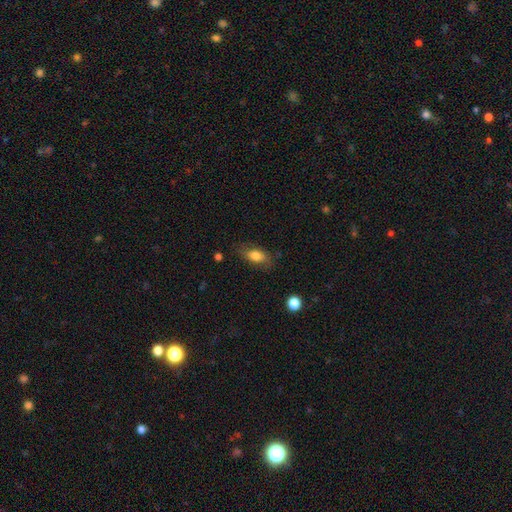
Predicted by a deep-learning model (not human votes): A smooth galaxy with no disk features (76%) that is in between round and cigar-shaped (83%). Merging: none (76%).